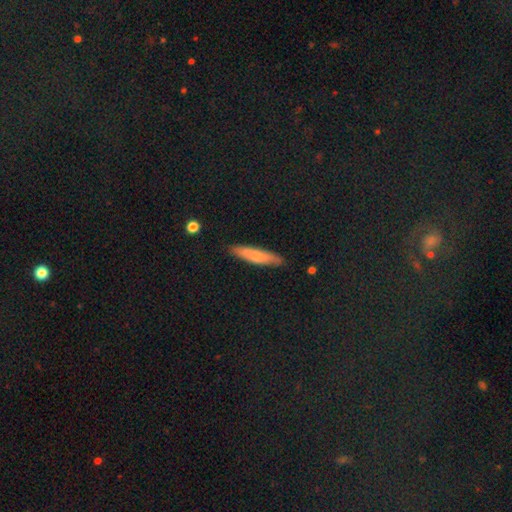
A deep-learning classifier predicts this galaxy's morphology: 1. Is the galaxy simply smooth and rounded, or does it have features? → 75% smooth, 19% featured or disk, 6% star or artifact.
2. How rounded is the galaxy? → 85% cigar-shaped, 14% in between, 1% round.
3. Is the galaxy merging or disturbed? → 85% none, 11% minor disturbance, 2% major disturbance, 1% merger.